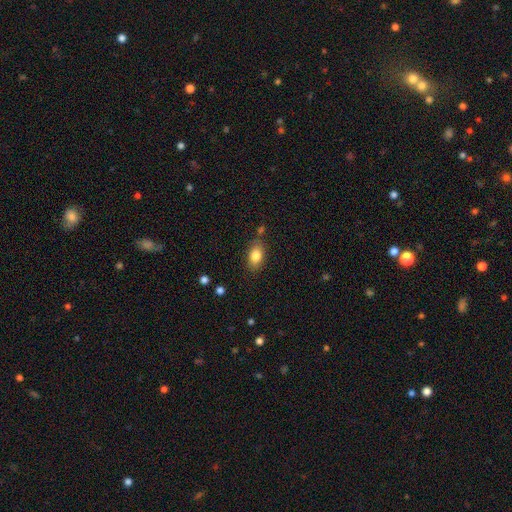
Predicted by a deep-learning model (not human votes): smooth 83%, featured or disk 9%, star or artifact 8%. Down the decision tree: how rounded — in between (87%); merging — none (77%).